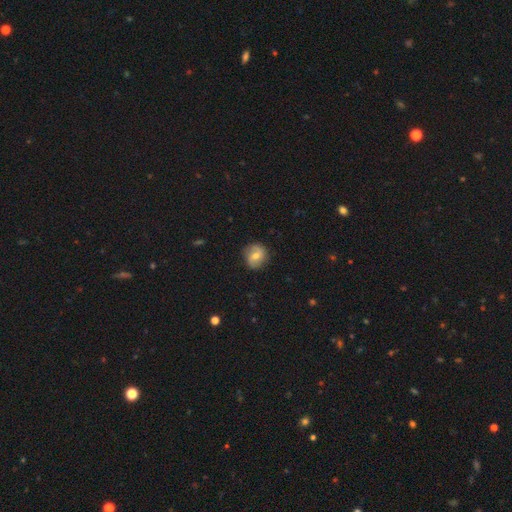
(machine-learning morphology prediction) This is possibly a featured or disk galaxy (49%). Merging: clearly none (82%).